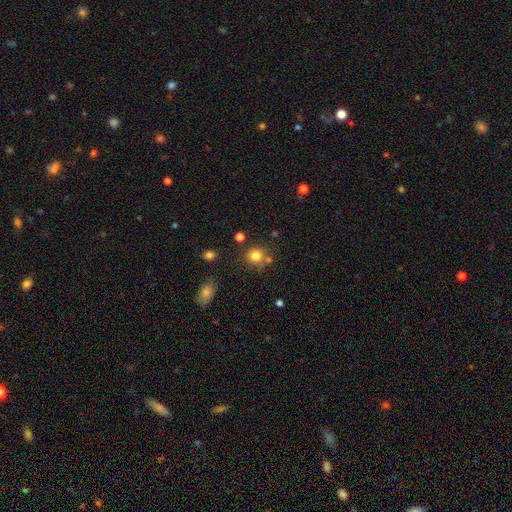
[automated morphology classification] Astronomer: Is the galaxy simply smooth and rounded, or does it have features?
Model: smooth — 81%.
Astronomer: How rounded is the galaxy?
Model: round — 87%.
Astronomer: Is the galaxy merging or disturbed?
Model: none — 74%.